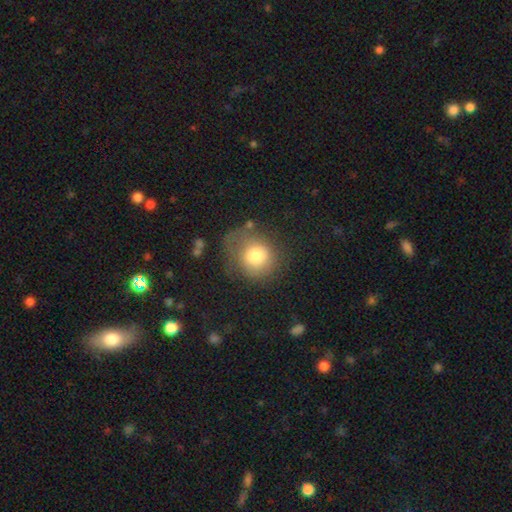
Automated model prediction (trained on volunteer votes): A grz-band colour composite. It shows a smooth galaxy with no disk features (75%) that is round (81%). Merging: none (49%).